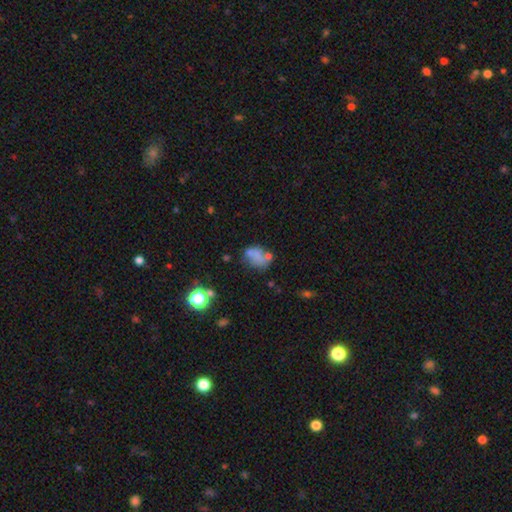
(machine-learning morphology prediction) type=smooth (60%); roundness=in between (69%); merging=none (35%).